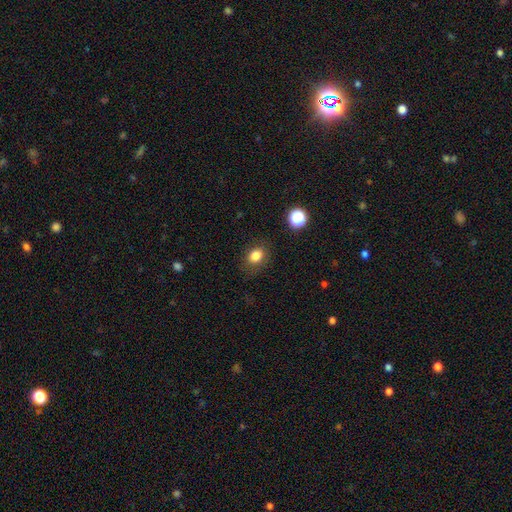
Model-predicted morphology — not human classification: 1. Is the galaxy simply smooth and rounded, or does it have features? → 81% smooth, 12% star or artifact, 7% featured or disk.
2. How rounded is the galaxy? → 56% in between, 43% round, 1% cigar-shaped.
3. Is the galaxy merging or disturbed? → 78% none, 15% minor disturbance, 5% major disturbance, 2% merger.